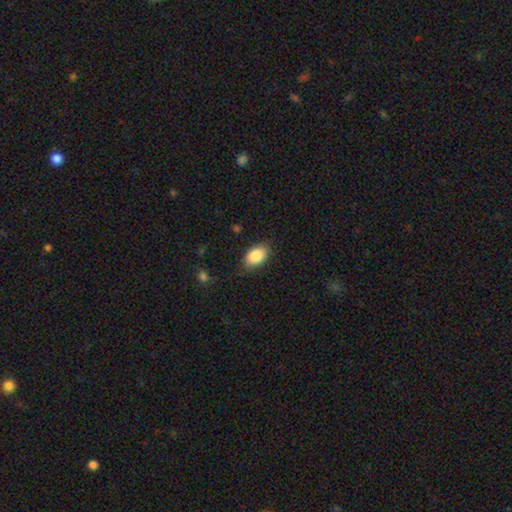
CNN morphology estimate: Smooth or featured? smooth (88%)
How rounded? in between (92%)
Merging? none (81%)